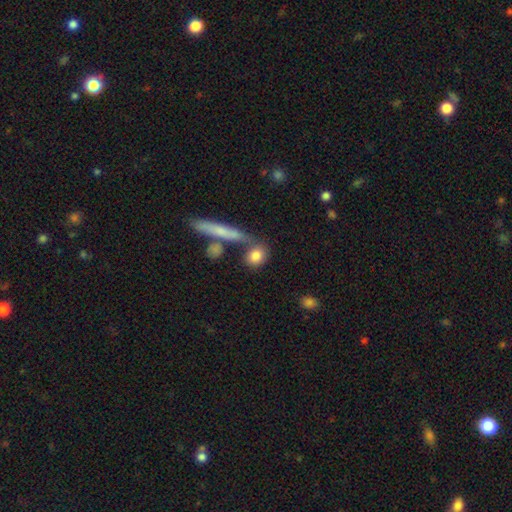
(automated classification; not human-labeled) This is clearly a smooth galaxy (80%). How rounded: possibly round (55%). Merging: likely none (62%).